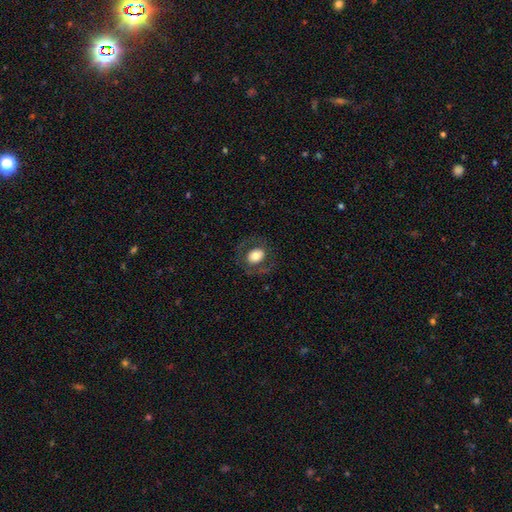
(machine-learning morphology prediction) Smooth or featured? Predicted: smooth (p=0.61). How rounded? Predicted: in between (p=0.57). Merging? Predicted: none (p=0.76).